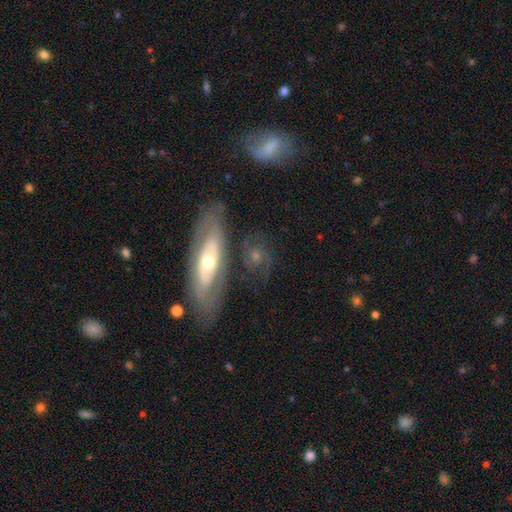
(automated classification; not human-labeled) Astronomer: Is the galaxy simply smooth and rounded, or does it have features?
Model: featured or disk — 60%.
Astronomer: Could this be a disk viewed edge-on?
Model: no — 79%.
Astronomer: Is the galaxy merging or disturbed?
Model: none — 68%.